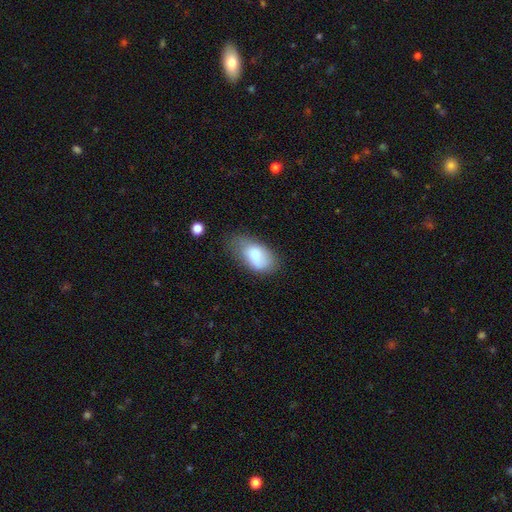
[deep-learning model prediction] A smooth galaxy with no disk features (81%) that is in between round and cigar-shaped (93%). Merging: none (47%).